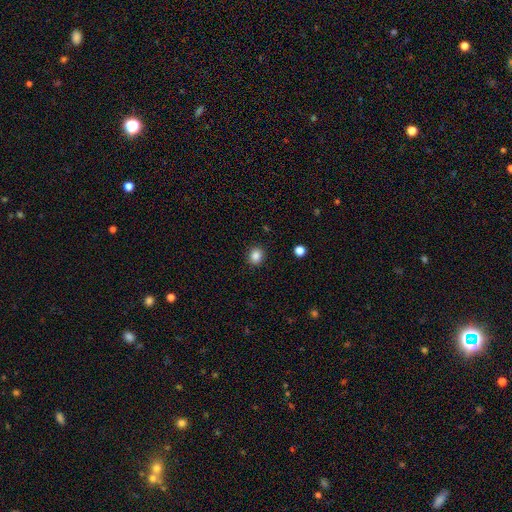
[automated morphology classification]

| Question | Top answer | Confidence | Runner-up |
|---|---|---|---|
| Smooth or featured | smooth | 86% | star or artifact (11%) |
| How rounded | round | 72% | in between (27%) |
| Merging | none | 90% | minor disturbance (6%) |